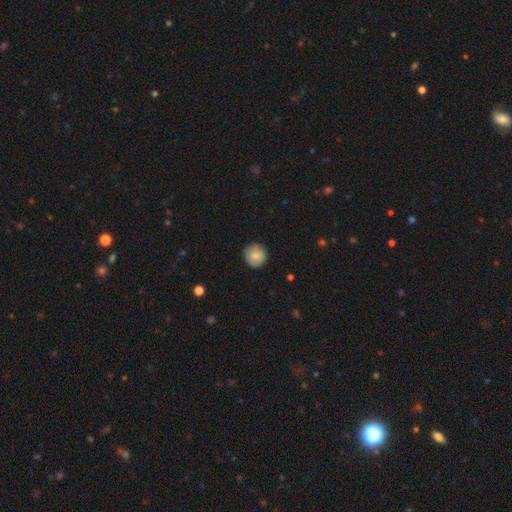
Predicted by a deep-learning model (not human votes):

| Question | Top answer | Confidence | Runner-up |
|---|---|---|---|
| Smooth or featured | smooth | 79% | featured or disk (13%) |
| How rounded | round | 92% | in between (7%) |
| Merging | none | 83% | minor disturbance (13%) |